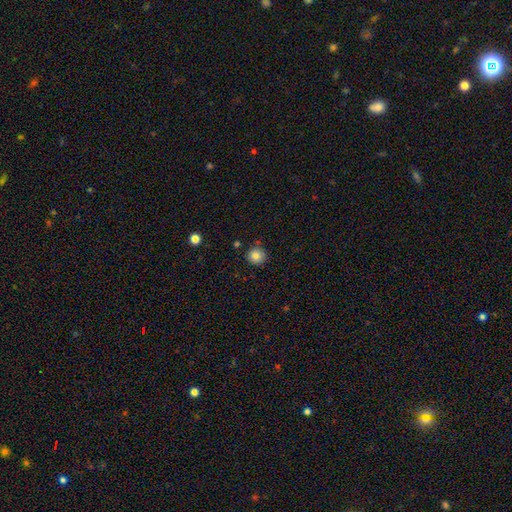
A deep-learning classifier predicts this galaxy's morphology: smooth-or-featured: smooth: 82% | star or artifact: 11% | featured or disk: 7%
  how-rounded: round: 92% | in between: 7% | cigar-shaped: 1%
  merging: none: 87% | minor disturbance: 8% | merger: 3% | major disturbance: 2%